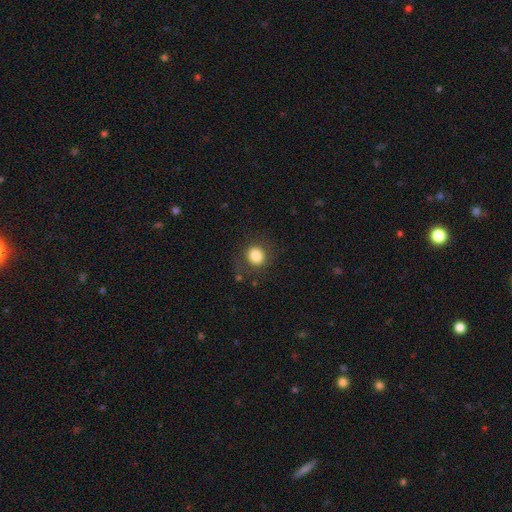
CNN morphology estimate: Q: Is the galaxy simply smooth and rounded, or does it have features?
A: smooth — 82%.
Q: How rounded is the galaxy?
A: round — 76%.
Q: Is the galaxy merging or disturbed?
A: none — 79%.